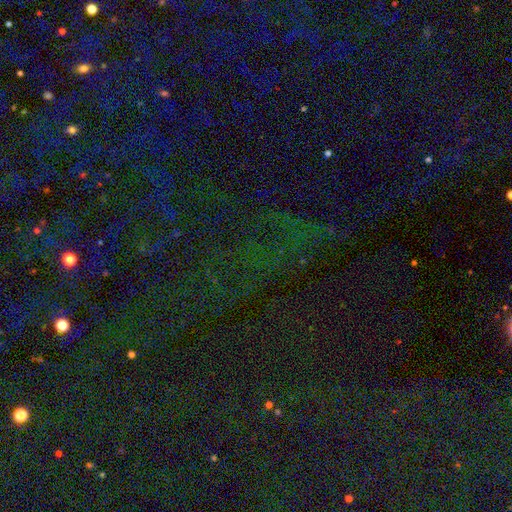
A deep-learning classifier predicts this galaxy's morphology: A star or artifact, not a galaxy (80%).

Vote fractions:
- Smooth or featured? star or artifact: 80% / smooth: 11% / featured or disk: 8%